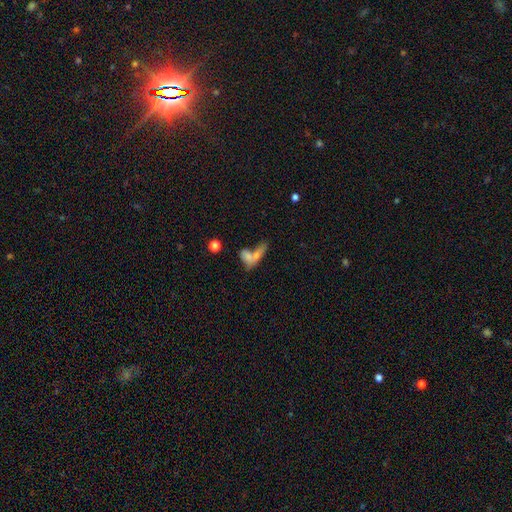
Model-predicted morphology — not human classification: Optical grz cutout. It shows a smooth galaxy with no disk features (60%) that is in between round and cigar-shaped (53%). Merging: merger (50%).